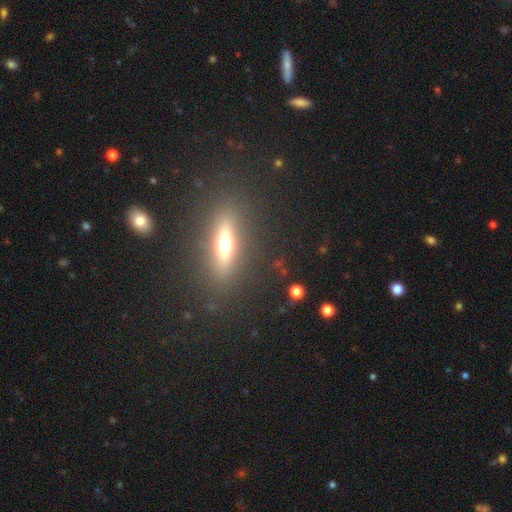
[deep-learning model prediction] Smooth or featured?
  - featured or disk: 50% *
  - smooth: 34%
  - star or artifact: 16%
Merging?
  - none: 84% *
  - minor disturbance: 9%
  - major disturbance: 4%
  - merger: 2%